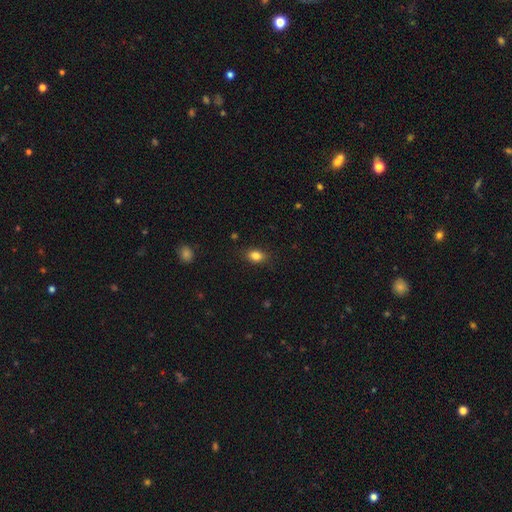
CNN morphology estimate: smooth-or-featured: smooth: 84% | star or artifact: 10% | featured or disk: 6%
  how-rounded: in between: 76% | round: 22% | cigar-shaped: 2%
  merging: none: 84% | minor disturbance: 12% | major disturbance: 3% | merger: 1%